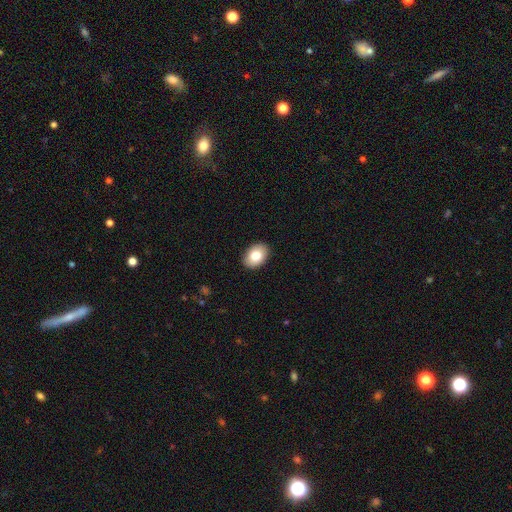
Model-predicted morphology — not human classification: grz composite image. It shows a smooth galaxy with no disk features (82%) that is in between round and cigar-shaped (82%). Merging: none (90%).